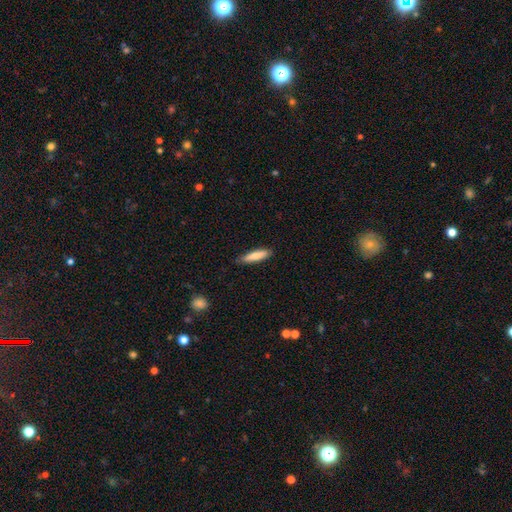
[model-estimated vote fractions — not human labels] smooth_or_featured: smooth (p=0.78) [alt: featured or disk p=0.16]
how_rounded: cigar-shaped (p=0.76) [alt: in between p=0.23]
merging: none (p=0.84) [alt: minor disturbance p=0.13]